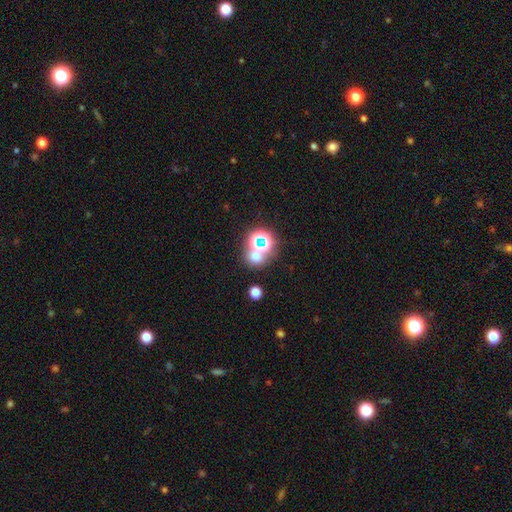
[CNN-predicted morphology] Smooth or featured? smooth (50%)
How rounded? round (79%)
Merging? none (63%)